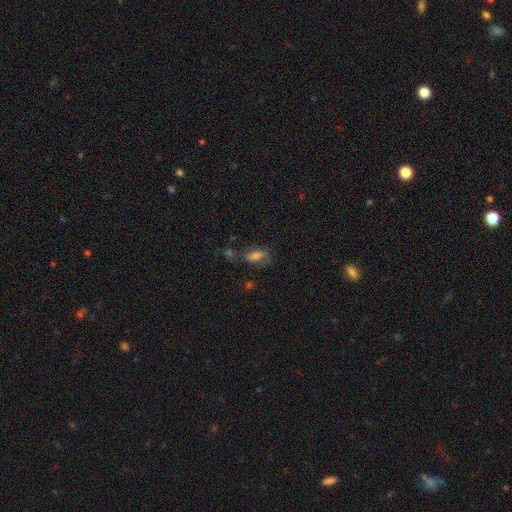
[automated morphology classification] Smooth or featured? Predicted: smooth (p=0.59). How rounded? Predicted: in between (p=0.79). Merging? Predicted: none (p=0.50).